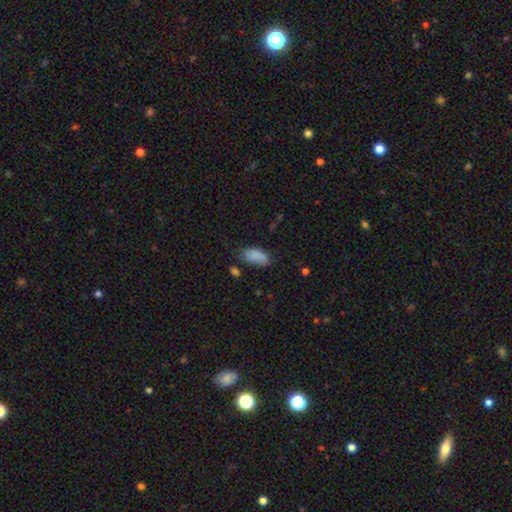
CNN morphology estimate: Overall: smooth (84%). How rounded: in between (92%). Merging: none (56%; minor disturbance 30%).